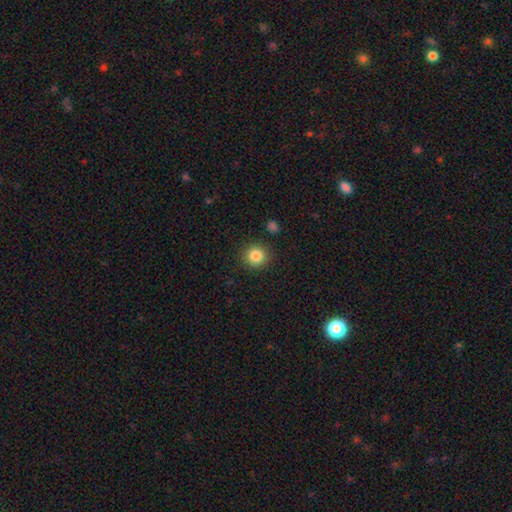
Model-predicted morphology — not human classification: Smooth or featured? smooth (85%)
How rounded? round (93%)
Merging? none (89%)